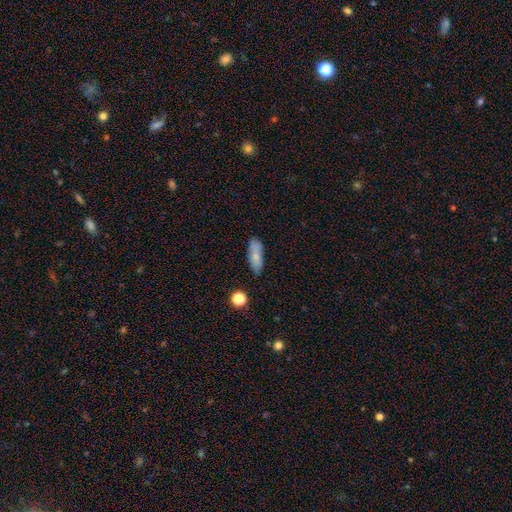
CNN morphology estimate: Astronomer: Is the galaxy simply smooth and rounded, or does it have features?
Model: smooth — 76%.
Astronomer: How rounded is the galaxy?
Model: in between — 64%.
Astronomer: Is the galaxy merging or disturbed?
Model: none — 78%.